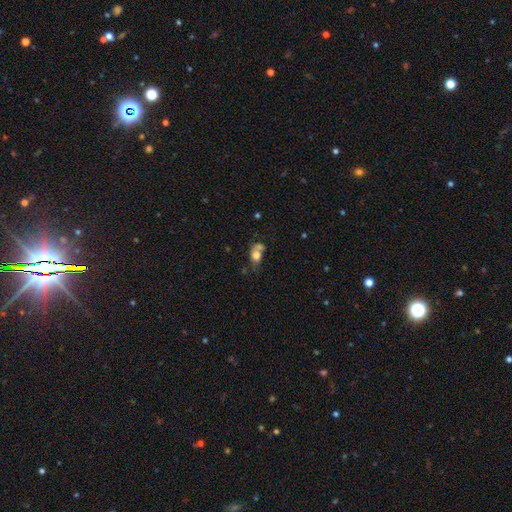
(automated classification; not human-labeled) A smooth galaxy with no disk features (71%) that is in between round and cigar-shaped (68%). Merging: none (35%).